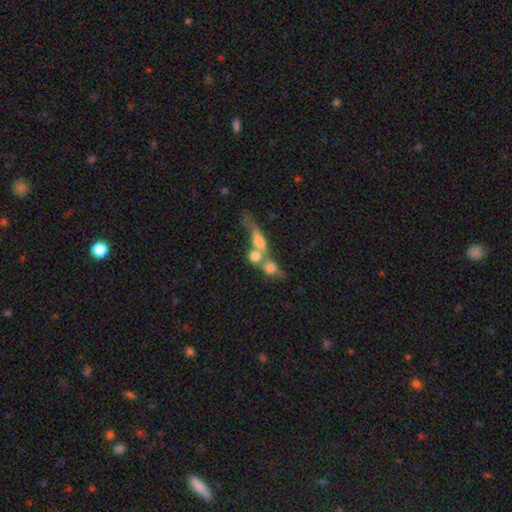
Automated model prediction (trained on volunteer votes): Morphology: type=smooth (65%); roundness=round (49%); merging=merger (63%).